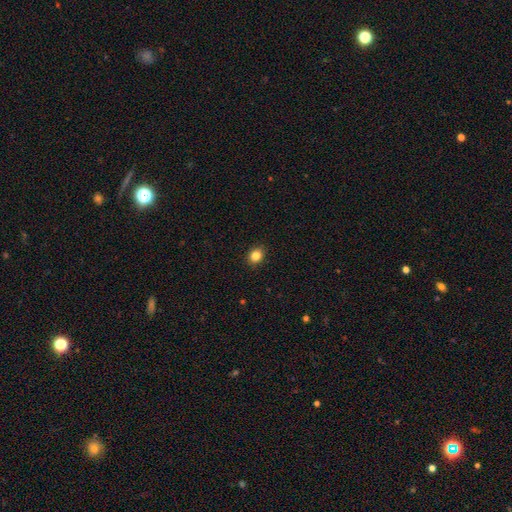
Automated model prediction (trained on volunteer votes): Smooth or featured? smooth (84%)
How rounded? round (63%)
Merging? none (91%)